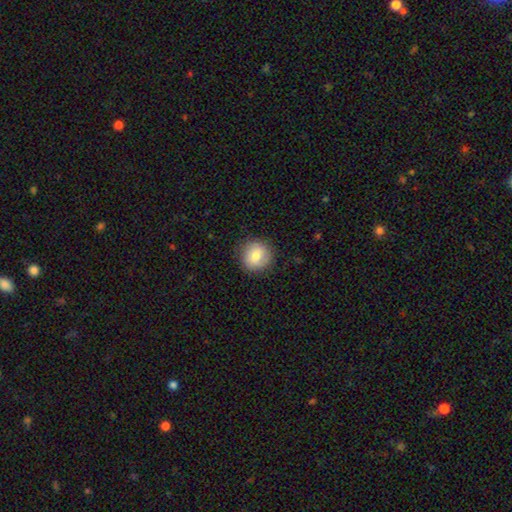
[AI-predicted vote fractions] Smooth or featured: smooth — 81% (featured or disk — 11%)
How rounded: round — 89% (in between — 10%)
Merging: none — 86% (minor disturbance — 11%)